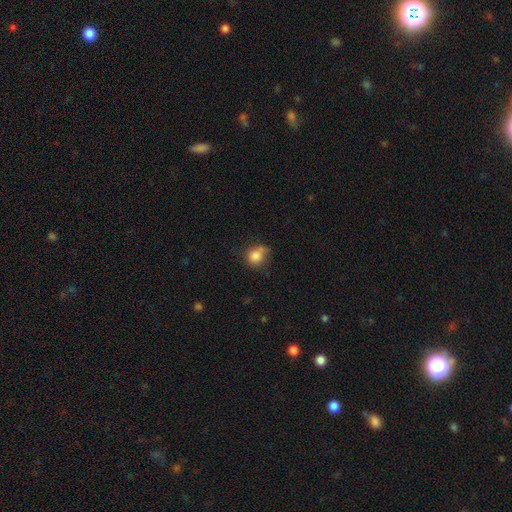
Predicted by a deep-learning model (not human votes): Morphology: type=smooth (83%); roundness=round (79%); merging=none (56%).